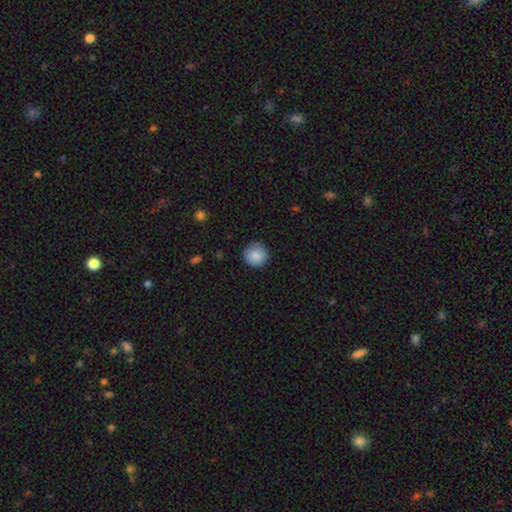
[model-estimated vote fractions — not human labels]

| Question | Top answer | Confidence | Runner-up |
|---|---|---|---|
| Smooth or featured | smooth | 87% | star or artifact (8%) |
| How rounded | round | 95% | in between (4%) |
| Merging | none | 88% | minor disturbance (9%) |